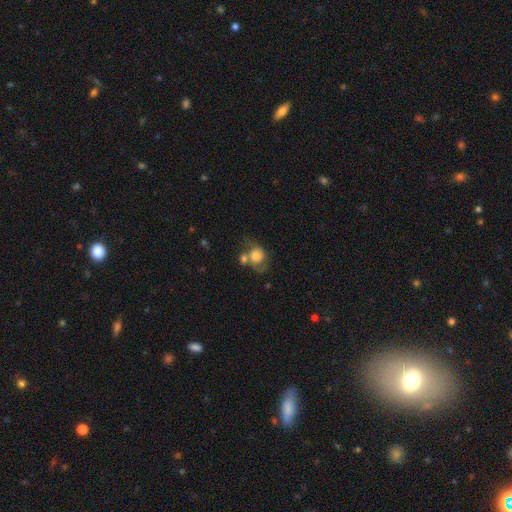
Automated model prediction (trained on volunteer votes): smooth_or_featured: smooth (p=0.66) [alt: featured or disk p=0.25]
how_rounded: round (p=0.68) [alt: in between p=0.30]
merging: merger (p=0.36) [alt: none p=0.31]